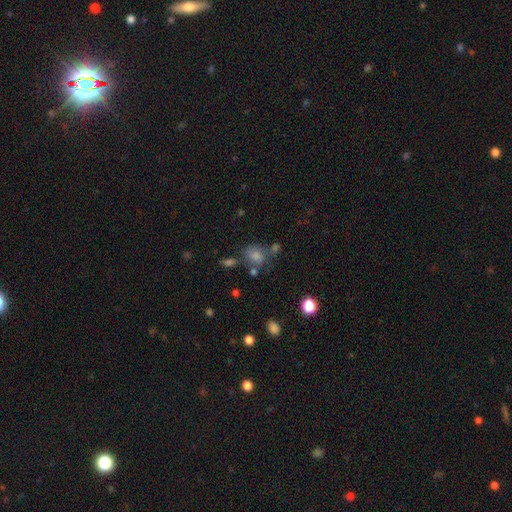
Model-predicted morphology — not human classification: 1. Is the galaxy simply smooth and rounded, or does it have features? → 72% smooth, 16% star or artifact, 12% featured or disk.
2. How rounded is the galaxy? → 57% round, 41% in between, 1% cigar-shaped.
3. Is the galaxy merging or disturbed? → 55% none, 19% merger, 18% minor disturbance, 9% major disturbance.